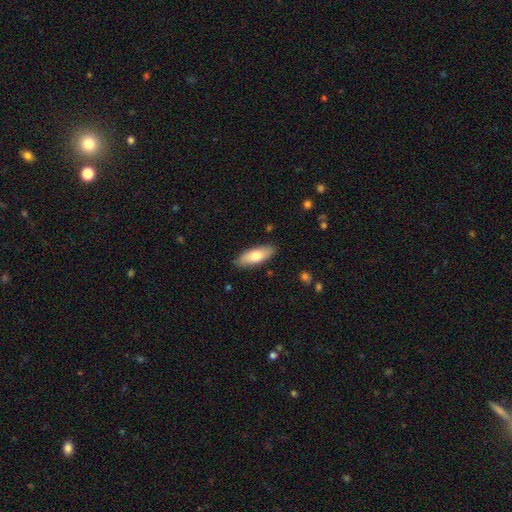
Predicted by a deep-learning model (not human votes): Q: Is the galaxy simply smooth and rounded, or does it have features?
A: smooth — 71%.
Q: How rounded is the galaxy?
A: in between — 67%.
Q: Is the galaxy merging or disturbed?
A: none — 88%.